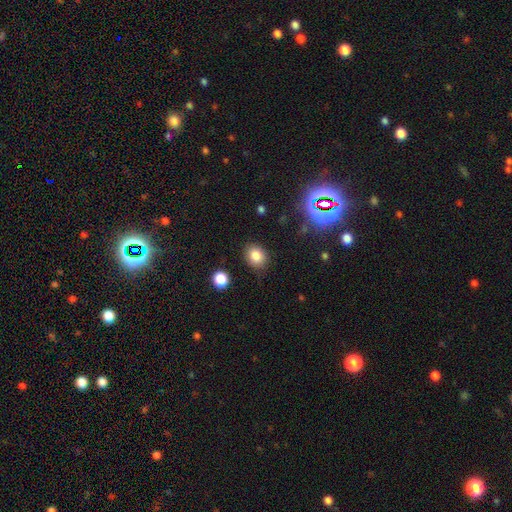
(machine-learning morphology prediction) Overall: smooth (82%). How rounded: round (58%; in between 41%). Merging: none (83%).